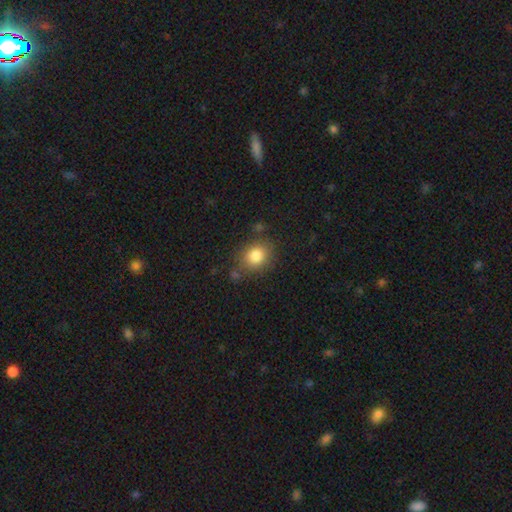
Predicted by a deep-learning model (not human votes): Smooth or featured: smooth — 83% (star or artifact — 10%)
How rounded: round — 64% (in between — 35%)
Merging: none — 76% (minor disturbance — 14%)